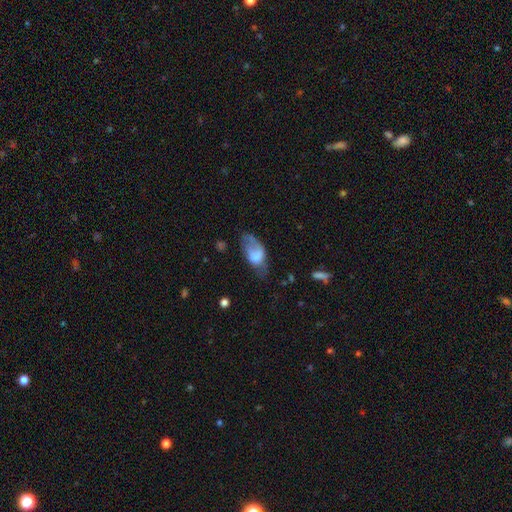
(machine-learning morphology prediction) This appears to be a smooth galaxy with no disk features (65%) that is in between round and cigar-shaped (91%). Merging: minor disturbance (33%).